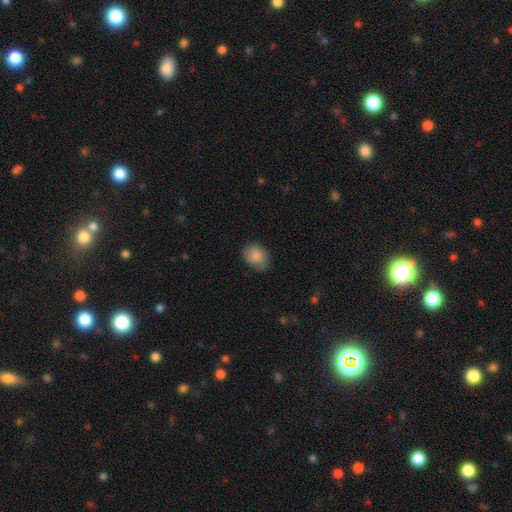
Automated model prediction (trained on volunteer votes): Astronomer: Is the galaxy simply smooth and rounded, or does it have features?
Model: smooth — 86%.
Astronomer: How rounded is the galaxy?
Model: round — 52% (runner-up: in between, 47%).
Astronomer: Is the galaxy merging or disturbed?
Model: none — 69%.